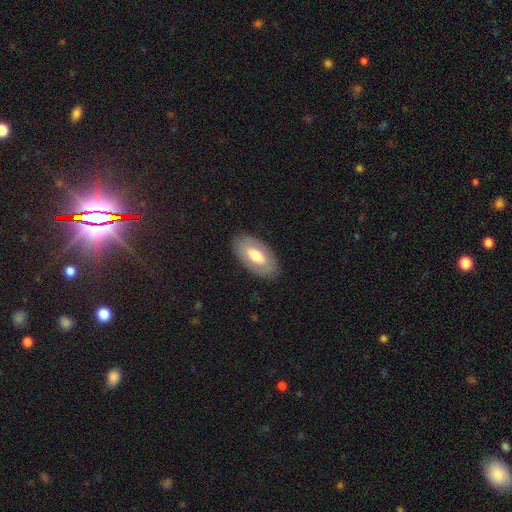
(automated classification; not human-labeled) Smooth or featured? smooth (50%)
Merging? none (85%)